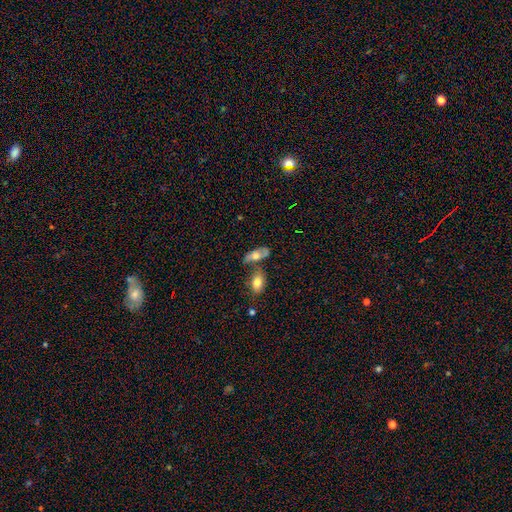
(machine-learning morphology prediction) This appears to be a smooth galaxy with no disk features (61%) that is in between round and cigar-shaped (82%). Merging: none (40%).